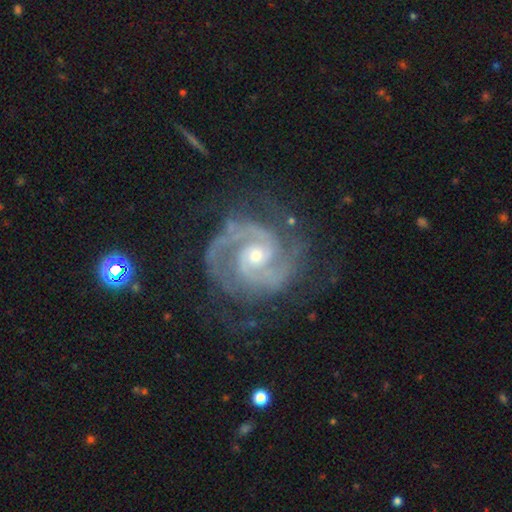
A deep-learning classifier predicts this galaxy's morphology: smooth-or-featured: featured or disk: 92% | star or artifact: 5% | smooth: 3%
  disk-edge-on: no: 98% | yes: 2%
    bar: no: 53% | weak: 36% | strong: 11%
    has-spiral-arms: yes: 99% | no: 1%
      spiral-winding: tight: 59% | medium: 37% | loose: 4%
      spiral-arm-count: 2: 77% | 3: 11% | can't tell: 5% | 4: 3% | 1: 2% | more than 4: 2%
    bulge-size: small: 53% | moderate: 43% | large: 1% | none: 1% | dominant: 1%
  merging: none: 74% | minor disturbance: 17% | major disturbance: 8% | merger: 2%